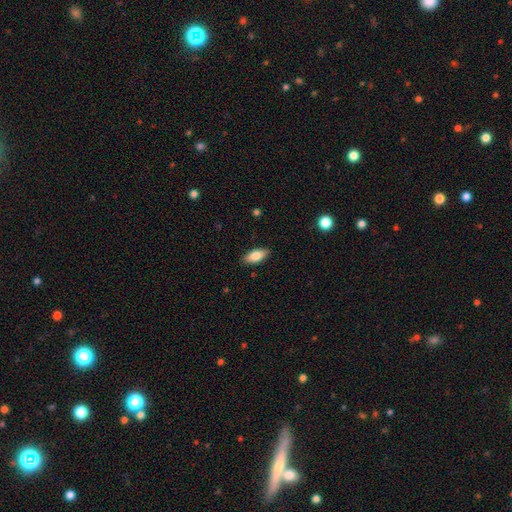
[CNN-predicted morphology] This is clearly a smooth galaxy (80%). How rounded: clearly in between (85%). Merging: clearly none (88%).